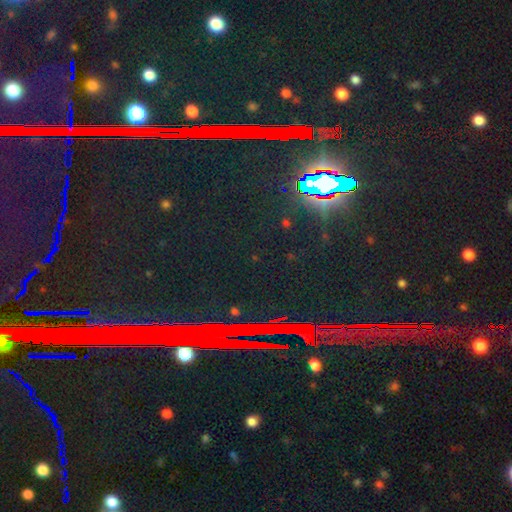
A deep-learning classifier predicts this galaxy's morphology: The model was most divided on "smooth or featured": star or artifact: 84%, smooth: 8%, featured or disk: 7%.